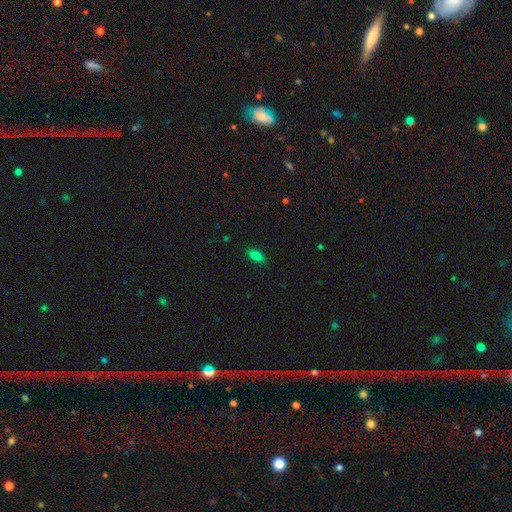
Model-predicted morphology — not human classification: Q: Smooth or featured?
A: smooth (82%); runner-up: star or artifact (11%)
Q: How rounded?
A: in between (87%); runner-up: cigar-shaped (9%)
Q: Merging?
A: none (86%); runner-up: minor disturbance (11%)